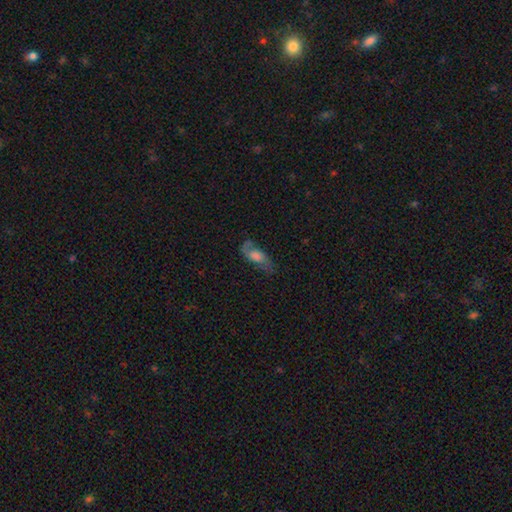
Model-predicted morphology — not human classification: Smooth or featured? Predicted: featured or disk (p=0.60). Edge-on disk? Predicted: no (p=0.85). Bar? Predicted: no (p=0.65). Spiral arms? Predicted: yes (p=0.85). Bulge size? Predicted: large (p=0.45). Merging? Predicted: none (p=0.64).